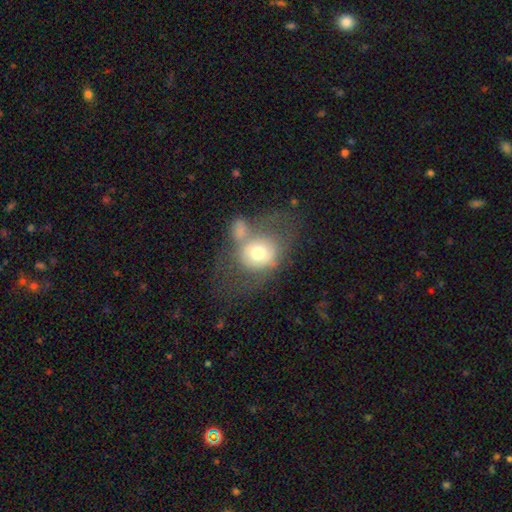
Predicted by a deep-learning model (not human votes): Q: Smooth or featured?
A: smooth (55%); runner-up: featured or disk (37%)
Q: How rounded?
A: round (55%); runner-up: in between (43%)
Q: Merging?
A: merger (37%); runner-up: none (26%)